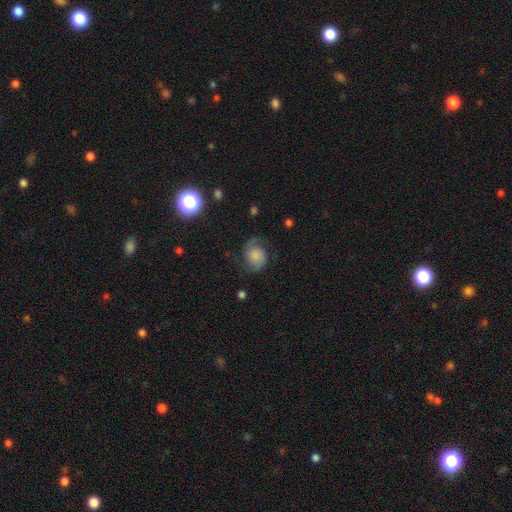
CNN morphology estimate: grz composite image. It shows a featured or disk galaxy (63%) with no bar (72%), 2 (90%) medium (47%) spiral arms (94%) and no central bulge (30%). Merging: none (70%).